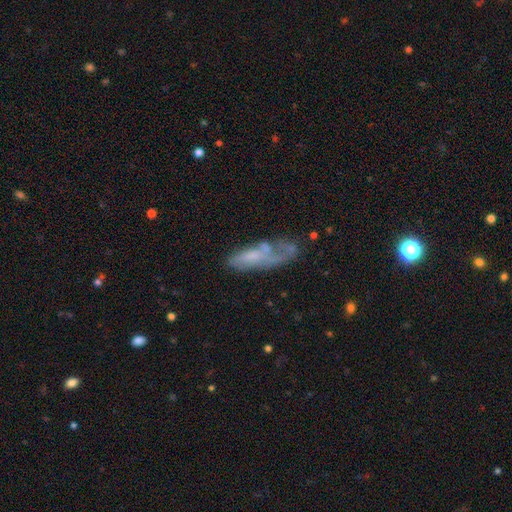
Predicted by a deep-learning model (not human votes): Smooth or featured? featured or disk (49%)
Merging? none (35%)